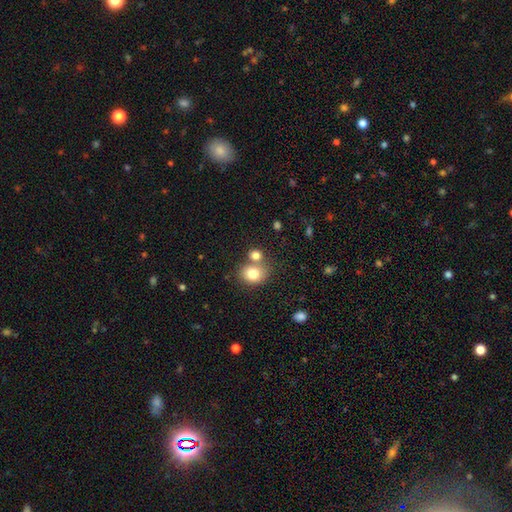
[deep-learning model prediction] This is likely a smooth galaxy (79%). How rounded: likely round (67%). Merging: possibly none (52%).